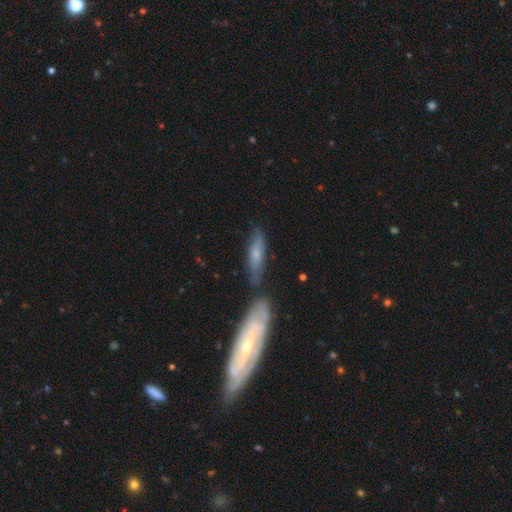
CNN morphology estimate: featured or disk 48%, smooth 43%, star or artifact 8%. Down the decision tree: merging — none (53%).